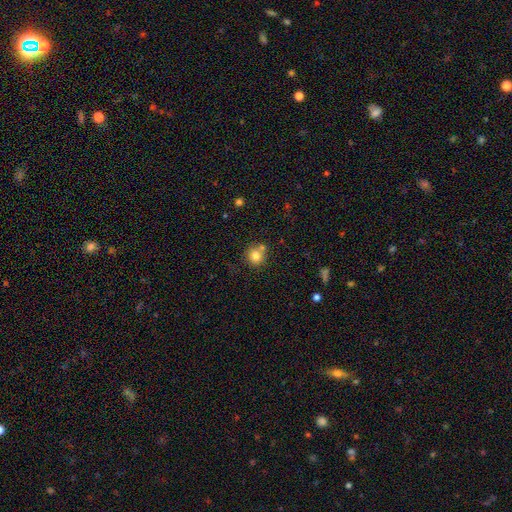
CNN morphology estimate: Overall: smooth (80%). How rounded: round (90%). Merging: none (67%).